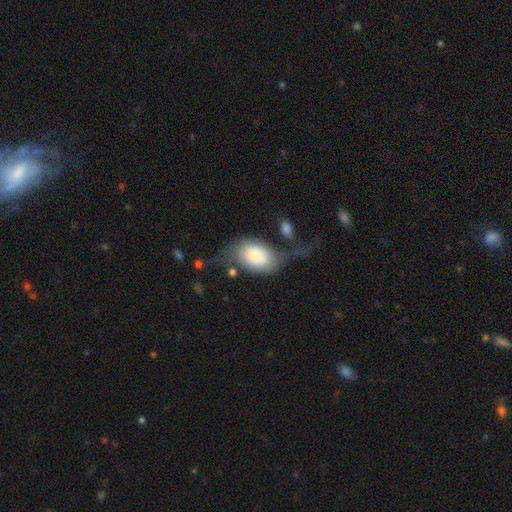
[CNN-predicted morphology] smooth 66%, featured or disk 28%, star or artifact 6%. Down the decision tree: how rounded — in between (85%); merging — major disturbance (38%).